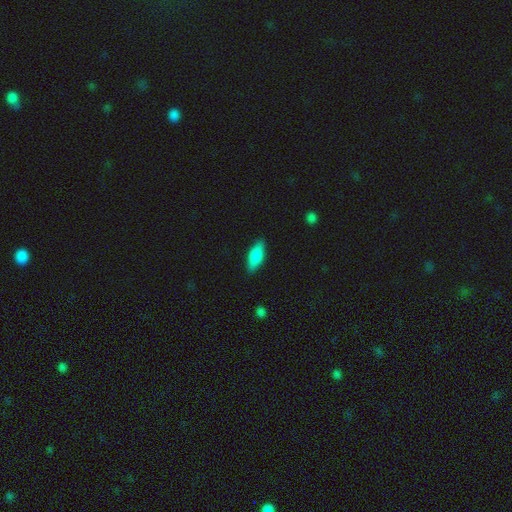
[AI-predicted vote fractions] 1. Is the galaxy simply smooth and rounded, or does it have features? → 81% smooth, 13% featured or disk, 6% star or artifact.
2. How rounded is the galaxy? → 71% in between, 26% cigar-shaped, 2% round.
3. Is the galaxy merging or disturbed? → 86% none, 11% minor disturbance, 2% major disturbance, 1% merger.